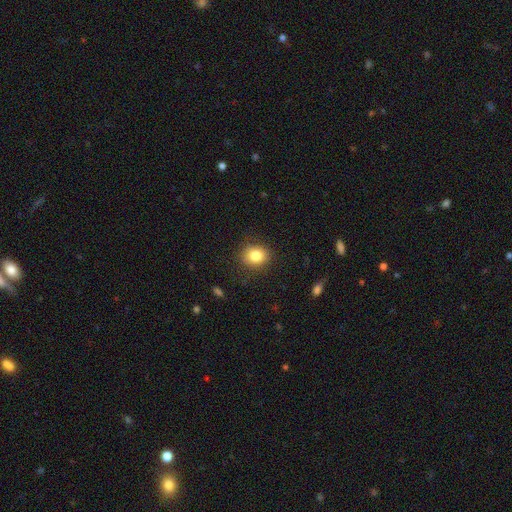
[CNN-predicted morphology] smooth-or-featured: smooth: 83% | star or artifact: 10% | featured or disk: 7%
  how-rounded: round: 67% | in between: 33% | cigar-shaped: 1%
  merging: none: 85% | minor disturbance: 11% | major disturbance: 3% | merger: 1%